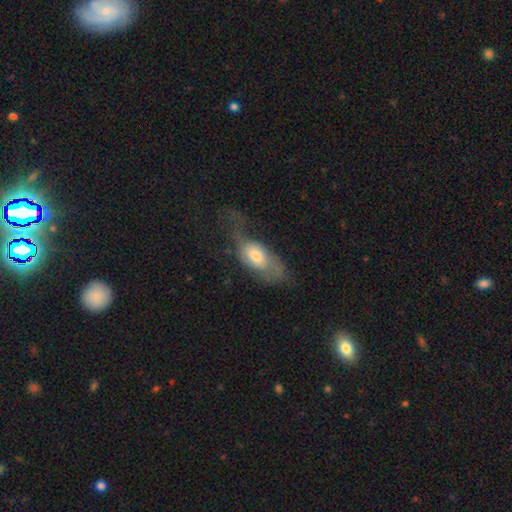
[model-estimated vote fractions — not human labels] Smooth or featured: smooth — 57% (featured or disk — 35%)
How rounded: in between — 84% (cigar-shaped — 10%)
Merging: major disturbance — 43% (none — 29%)